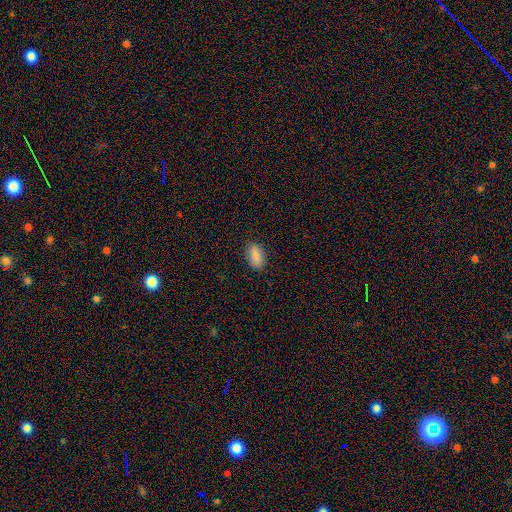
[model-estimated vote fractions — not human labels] This is clearly a smooth galaxy (85%). How rounded: clearly in between (88%). Merging: clearly none (88%).